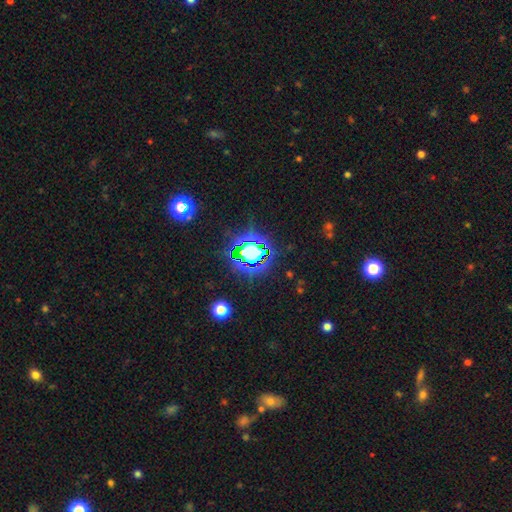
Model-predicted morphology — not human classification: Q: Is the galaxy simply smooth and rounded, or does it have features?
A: star or artifact — 71%.